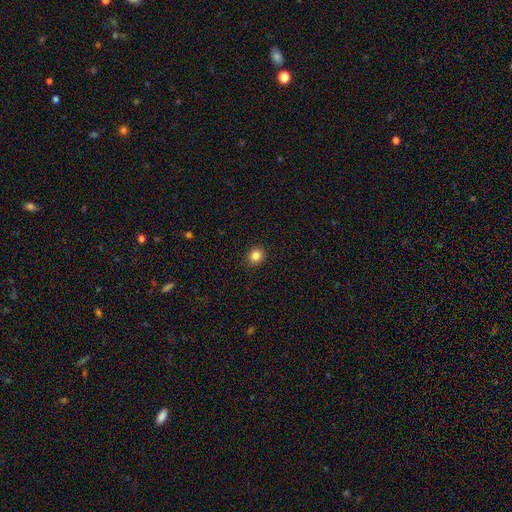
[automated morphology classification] Overall: smooth (84%). How rounded: round (85%). Merging: none (91%).